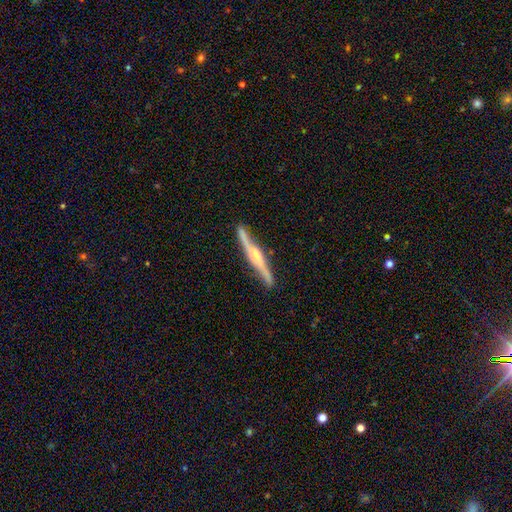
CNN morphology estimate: Overall: featured or disk (81%). Edge-on disk: yes (94%). Edge-on bulge: rounded (82%). Merging: none (85%).